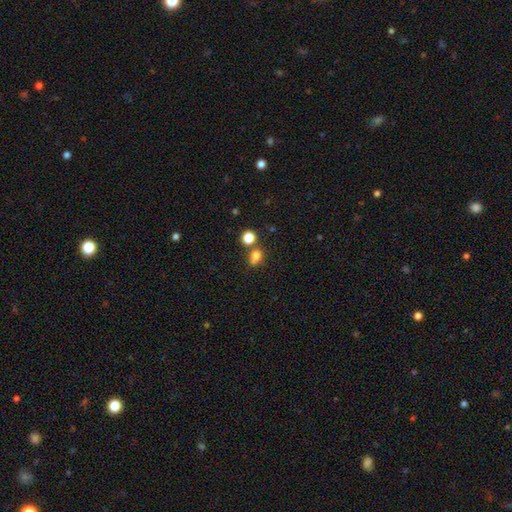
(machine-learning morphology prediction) Overall: smooth (75%). How rounded: round (66%; in between 33%). Merging: none (51%; merger 32%).